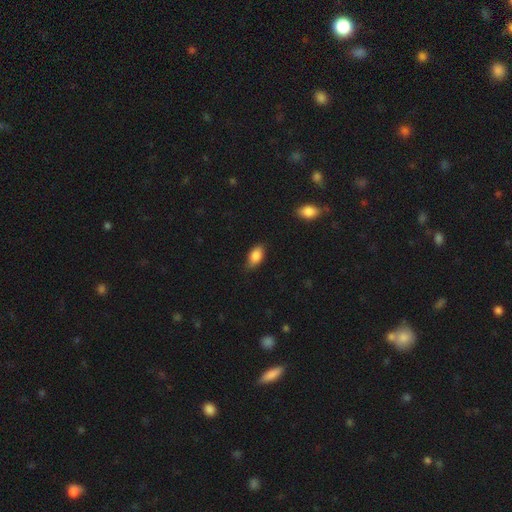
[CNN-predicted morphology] Smooth or featured?
  - smooth: 84% *
  - featured or disk: 9%
  - star or artifact: 7%
How rounded?
  - in between: 90% *
  - round: 6%
  - cigar-shaped: 5%
Merging?
  - none: 73% *
  - minor disturbance: 22%
  - major disturbance: 4%
  - merger: 1%